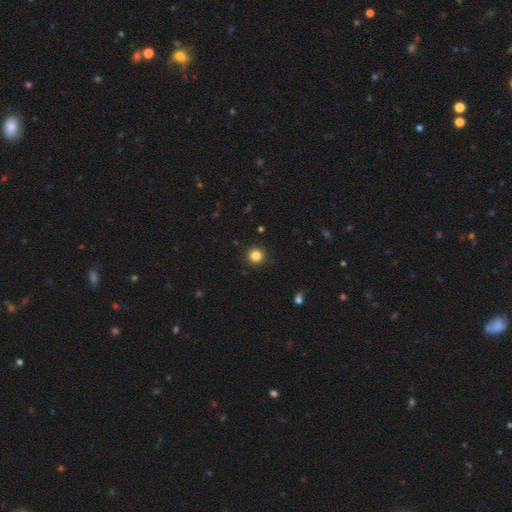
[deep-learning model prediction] Morphology: type=smooth (83%); roundness=round (95%); merging=none (92%).